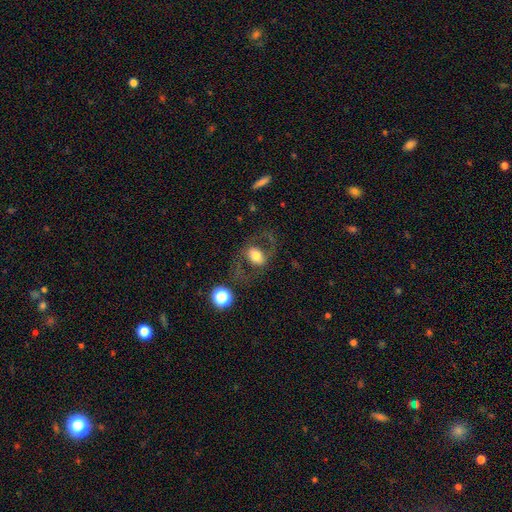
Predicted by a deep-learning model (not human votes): Overall: featured or disk (48%; smooth 43%). Merging: none (65%).